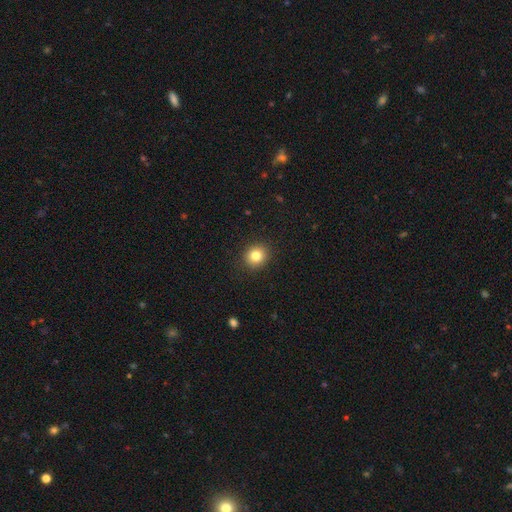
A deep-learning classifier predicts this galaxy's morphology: This is clearly a smooth galaxy (82%). How rounded: clearly round (84%). Merging: clearly none (91%).